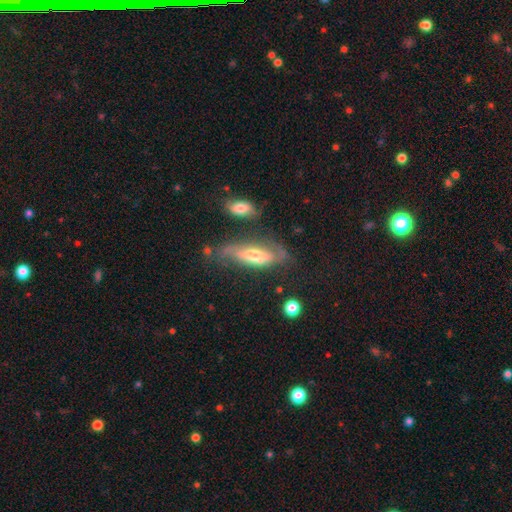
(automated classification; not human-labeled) Smooth or featured? Predicted: featured or disk (p=0.58). Edge-on disk? Predicted: no (p=0.72). Merging? Predicted: none (p=0.47).